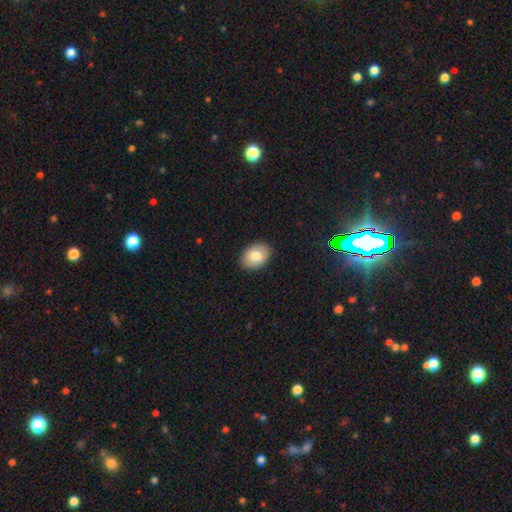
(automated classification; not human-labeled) Smooth or featured?
  - smooth: 80% *
  - featured or disk: 12%
  - star or artifact: 8%
How rounded?
  - in between: 77% *
  - round: 22%
  - cigar-shaped: 1%
Merging?
  - none: 89% *
  - minor disturbance: 8%
  - major disturbance: 2%
  - merger: 1%